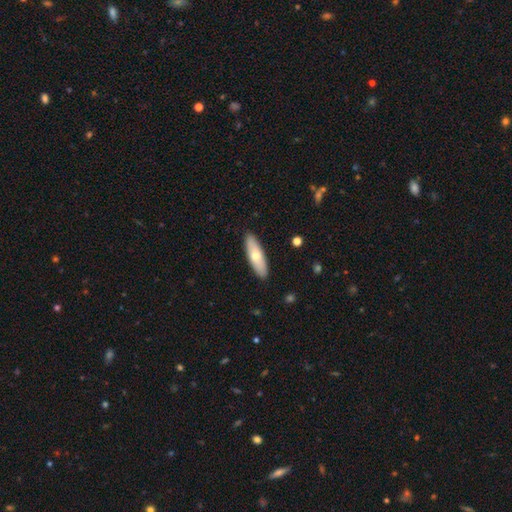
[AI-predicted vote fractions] This is likely a smooth galaxy (62%). How rounded: possibly cigar-shaped (50%). Merging: clearly none (90%).